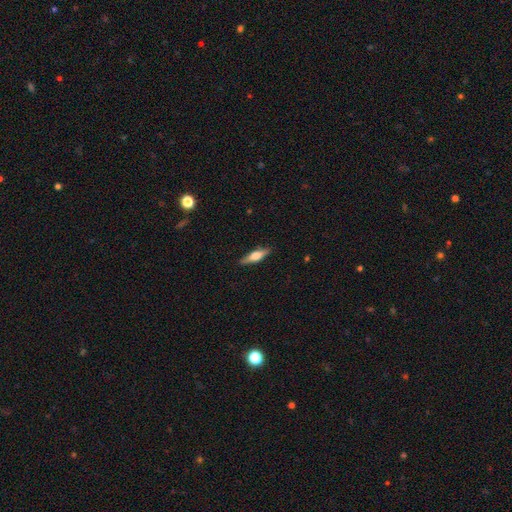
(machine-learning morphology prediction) Smooth or featured? Predicted: featured or disk (p=0.58). Edge-on disk? Predicted: yes (p=0.96). Edge-on bulge? Predicted: rounded (p=0.90). Merging? Predicted: none (p=0.88).